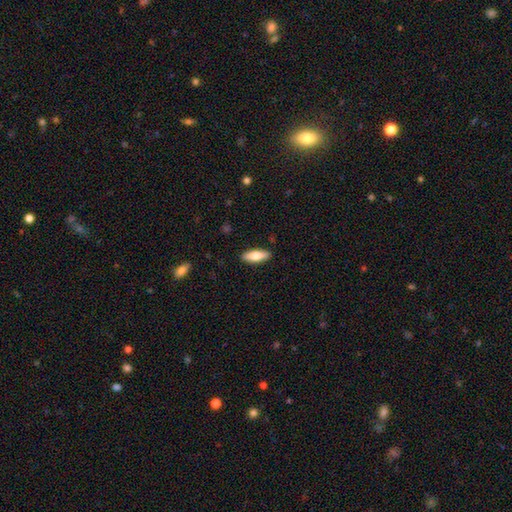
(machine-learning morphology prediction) smooth_or_featured: smooth (p=0.71) [alt: featured or disk p=0.23]
how_rounded: in between (p=0.63) [alt: cigar-shaped p=0.35]
merging: none (p=0.89) [alt: minor disturbance p=0.08]